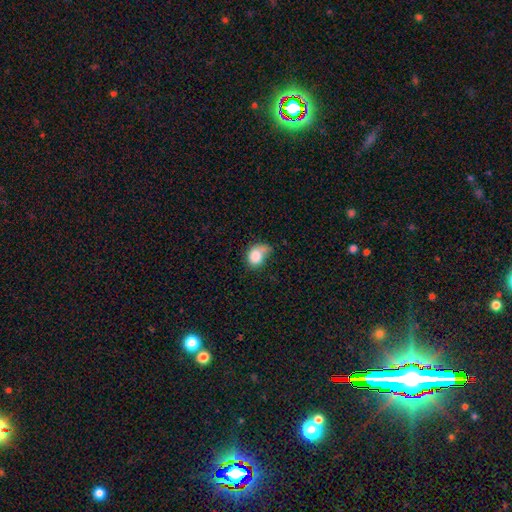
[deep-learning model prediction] smooth_or_featured: smooth (p=0.82) [alt: featured or disk p=0.10]
how_rounded: in between (p=0.50) [alt: round p=0.49]
merging: minor disturbance (p=0.34) [alt: none p=0.30]